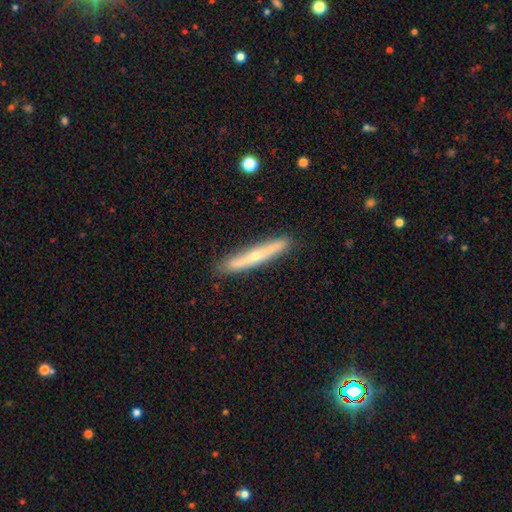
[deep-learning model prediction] Smooth or featured: featured or disk — 57% (smooth — 36%)
Edge-on disk: yes — 91% (no — 9%)
Edge-on bulge: rounded — 76% (none — 22%)
Merging: none — 88% (minor disturbance — 9%)